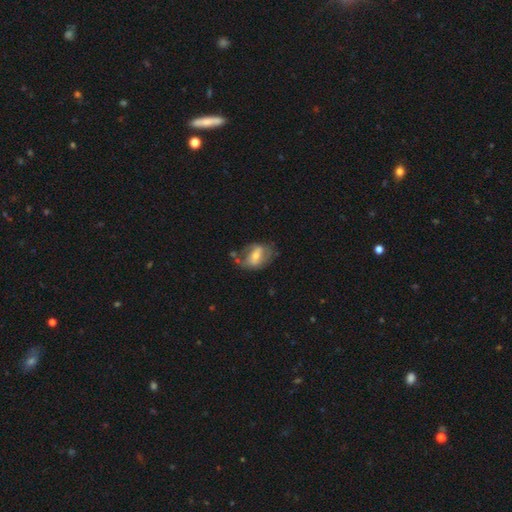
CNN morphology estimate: Smooth or featured?
  - featured or disk: 54% *
  - smooth: 39%
  - star or artifact: 7%
Edge-on disk?
  - no: 94% *
  - yes: 6%
Bar?
  - strong: 40% *
  - weak: 37%
  - no: 23%
Spiral arms?
  - yes: 52% *
  - no: 48%
Bulge size?
  - moderate: 53% *
  - small: 35%
  - large: 8%
  - none: 3%
  - dominant: 1%
Merging?
  - none: 49% *
  - minor disturbance: 27%
  - major disturbance: 17%
  - merger: 7%